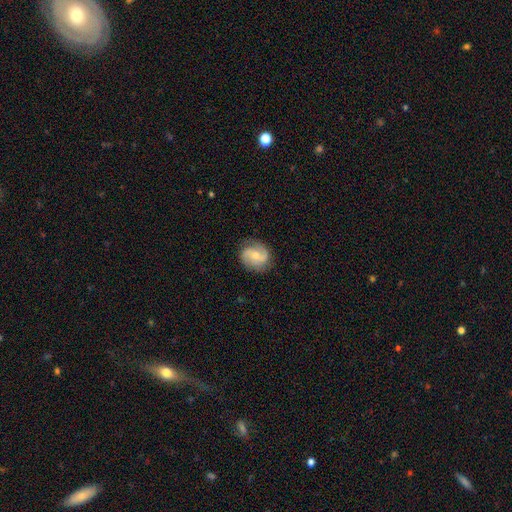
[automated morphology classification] The model was most divided on "bulge size": moderate: 49%, small: 46%, large: 2%, none: 2%, dominant: 1%. Remaining: edge-on disk — no (97%); spiral arms — yes (93%); spiral arm count — 2 (83%); merging — none (81%); smooth or featured — featured or disk (70%); bar — no (51%); spiral winding — medium (45%).